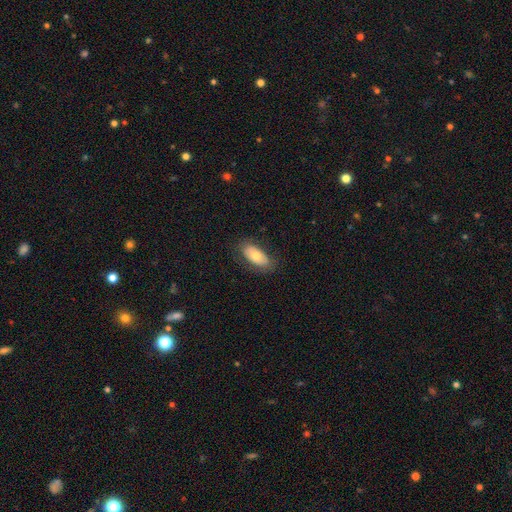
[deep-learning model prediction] smooth 67%, featured or disk 26%, star or artifact 6%. Down the decision tree: how rounded — in between (91%); merging — none (79%).